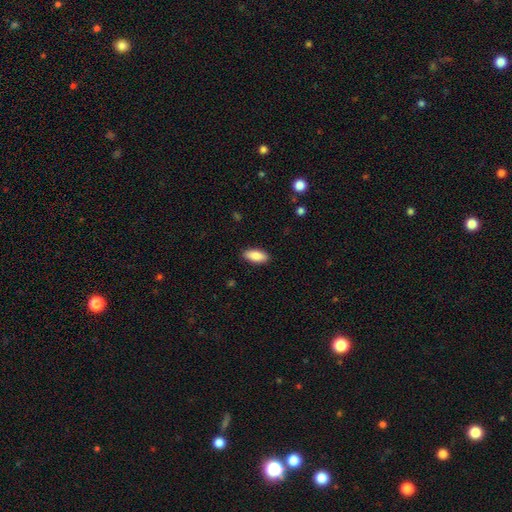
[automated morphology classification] smooth-or-featured: smooth: 88% | star or artifact: 6% | featured or disk: 6%
  how-rounded: in between: 88% | cigar-shaped: 10% | round: 2%
  merging: none: 89% | minor disturbance: 8% | major disturbance: 2% | merger: 1%